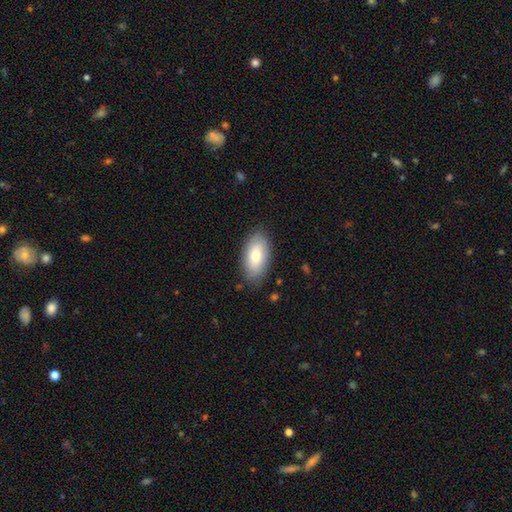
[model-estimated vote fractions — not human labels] A smooth galaxy with no disk features (74%) that is in between round and cigar-shaped (94%).

Vote fractions:
- Smooth or featured? smooth: 74% / featured or disk: 20% / star or artifact: 6%
- How rounded? in between: 94% / round: 3% / cigar-shaped: 3%
- Merging? none: 82% / minor disturbance: 13% / major disturbance: 3% / merger: 1%